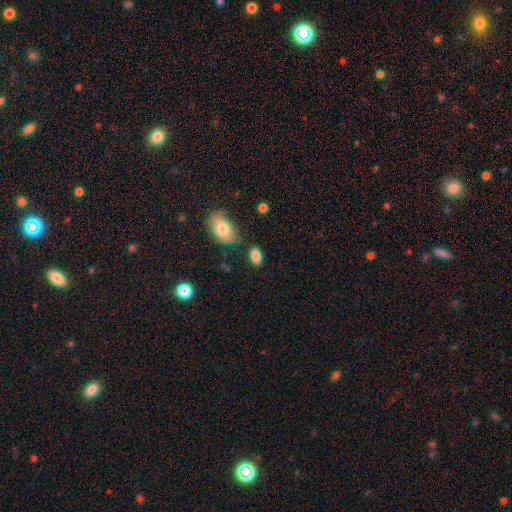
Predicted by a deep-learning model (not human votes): smooth 86%, star or artifact 8%, featured or disk 6%. Down the decision tree: how rounded — in between (91%); merging — none (75%).